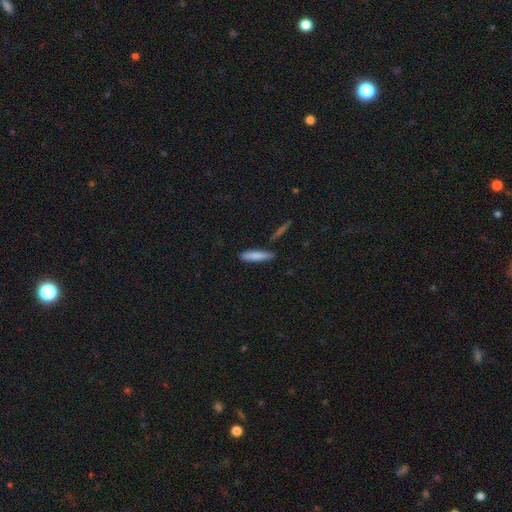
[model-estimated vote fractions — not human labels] Smooth or featured? Predicted: smooth (p=0.82). How rounded? Predicted: cigar-shaped (p=0.83). Merging? Predicted: none (p=0.79).